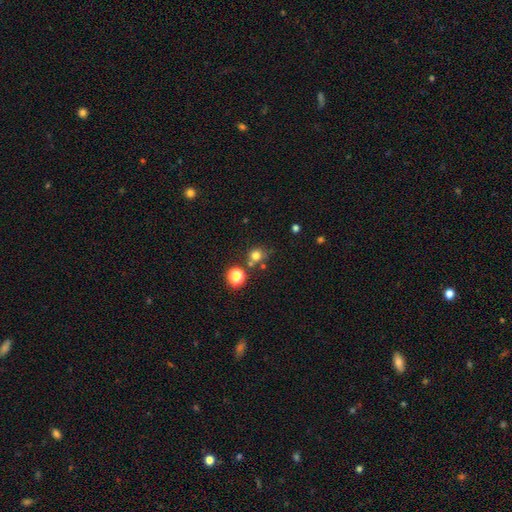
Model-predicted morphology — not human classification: The model was most divided on "merging": none: 68%, merger: 16%, minor disturbance: 12%, major disturbance: 5%. More confident: how rounded — round (87%); smooth or featured — smooth (75%).